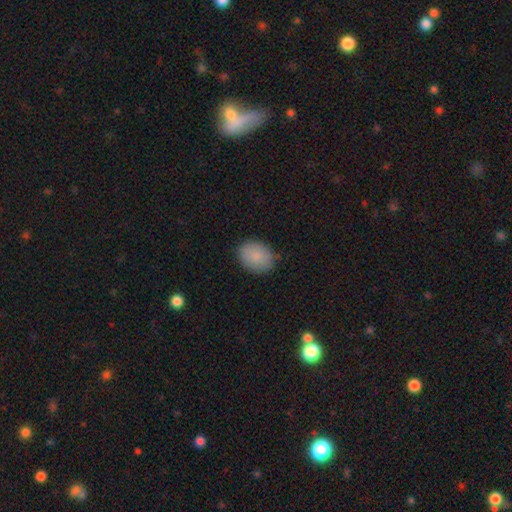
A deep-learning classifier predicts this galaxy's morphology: A smooth galaxy with no disk features (87%) that is in between round and cigar-shaped (58%). Merging: none (84%).